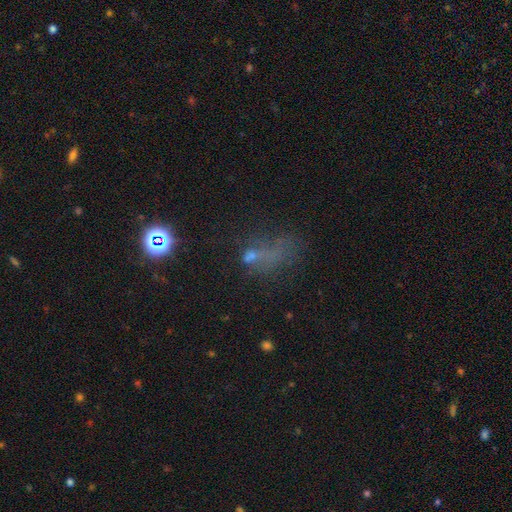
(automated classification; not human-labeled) Smooth or featured: smooth — 37% (star or artifact — 35%)
Merging: major disturbance — 39% (none — 31%)